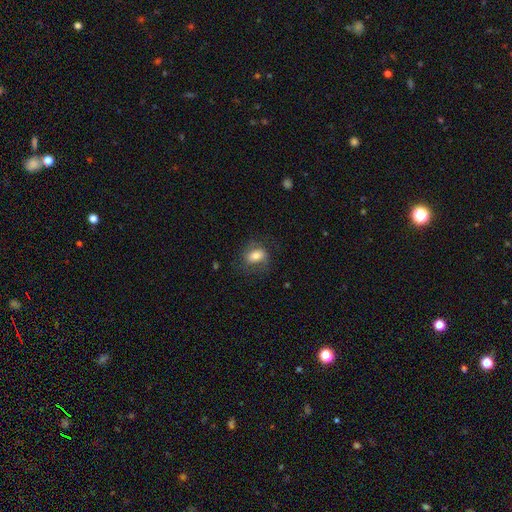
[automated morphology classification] Q: Smooth or featured?
A: smooth (71%); runner-up: featured or disk (21%)
Q: How rounded?
A: in between (72%); runner-up: round (26%)
Q: Merging?
A: none (66%); runner-up: minor disturbance (20%)